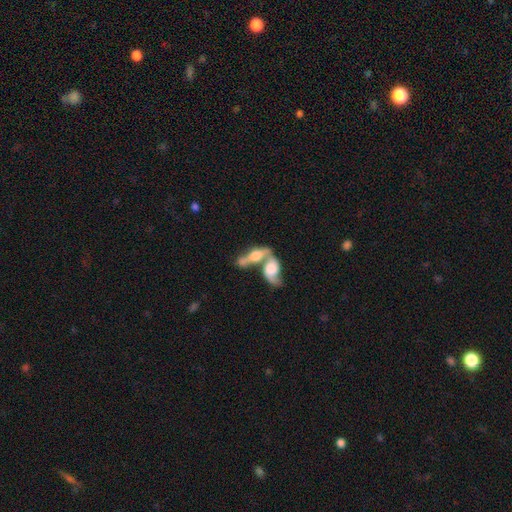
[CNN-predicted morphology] Overall: featured or disk (60%; smooth 32%). Edge-on disk: no (69%; yes 31%). Merging: merger (74%).